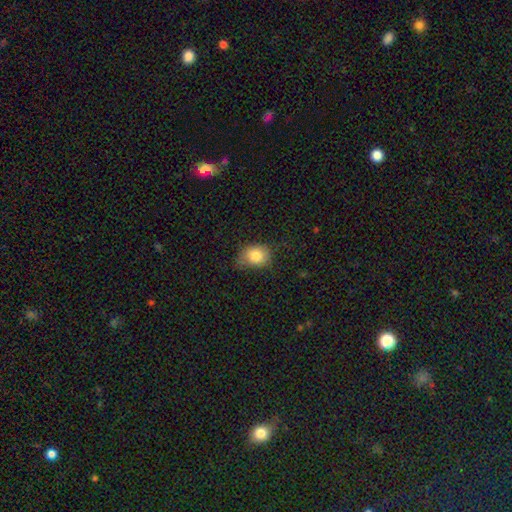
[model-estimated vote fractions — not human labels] Smooth or featured? Predicted: smooth (p=0.81). How rounded? Predicted: in between (p=0.52). Merging? Predicted: none (p=0.57).